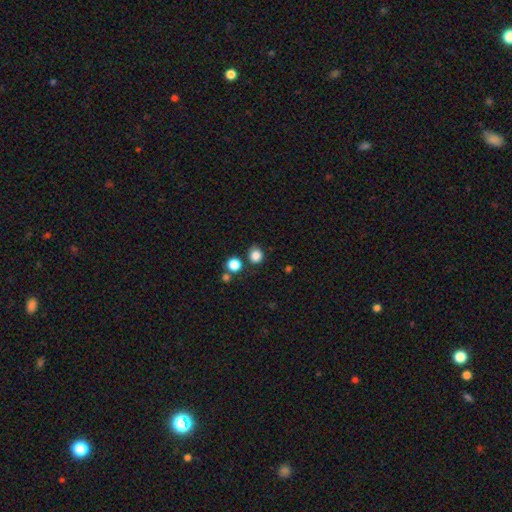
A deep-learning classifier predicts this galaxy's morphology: A smooth galaxy with no disk features (84%) that is round (84%). Merging: none (78%).